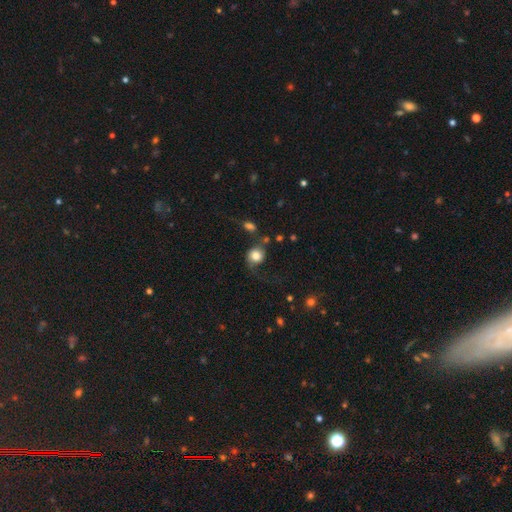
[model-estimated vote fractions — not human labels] A smooth galaxy with no disk features (71%) that is round (77%). Merging: none (42%).